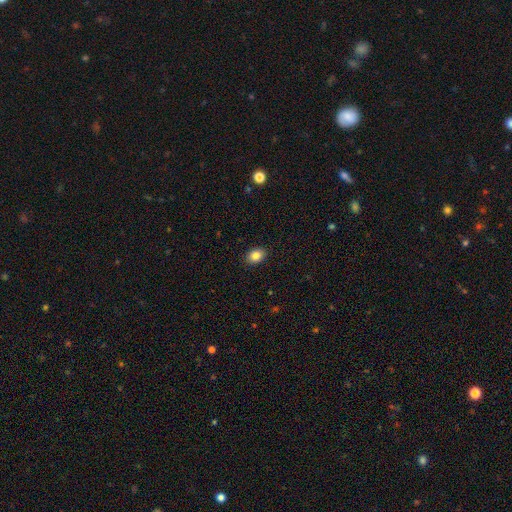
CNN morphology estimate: smooth-or-featured: smooth: 85% | star or artifact: 9% | featured or disk: 6%
  how-rounded: in between: 70% | round: 29% | cigar-shaped: 1%
  merging: none: 90% | minor disturbance: 7% | major disturbance: 2% | merger: 1%